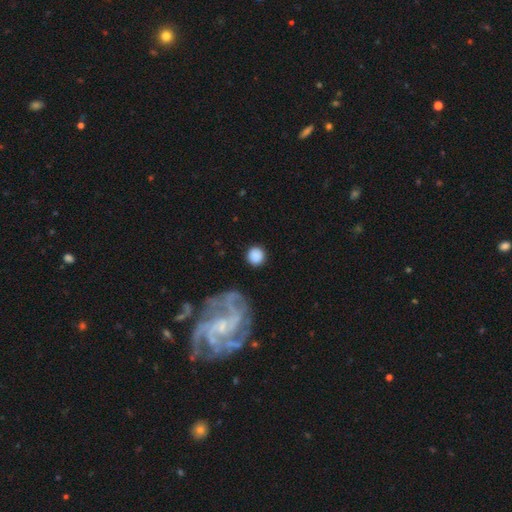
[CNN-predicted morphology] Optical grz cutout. It shows a smooth galaxy with no disk features (83%) that is round (92%). Merging: none (83%).